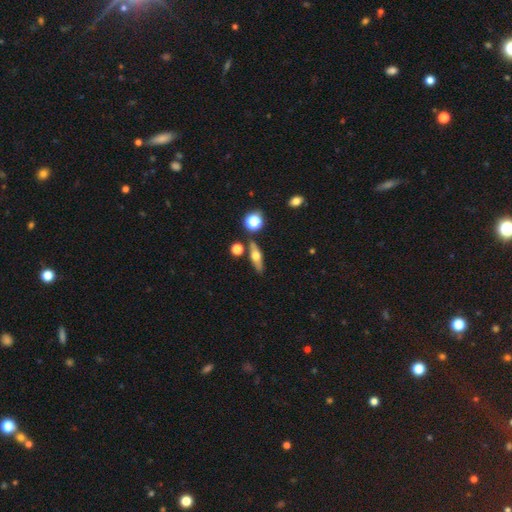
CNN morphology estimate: Smooth or featured? featured or disk (49%)
Merging? none (81%)